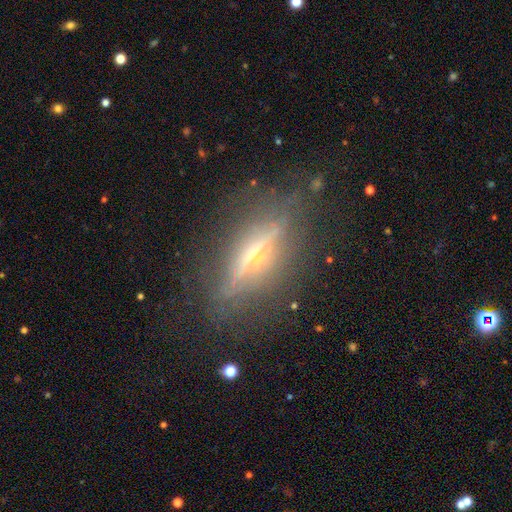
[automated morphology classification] A featured or disk galaxy (77%) viewed edge-on (86%) with a rounded central bulge (86%). Merging: none (72%).